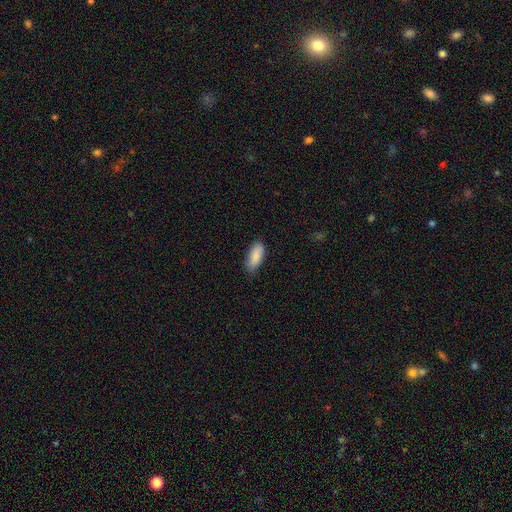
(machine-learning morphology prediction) smooth 88%, star or artifact 6%, featured or disk 6%. Down the decision tree: how rounded — in between (83%); merging — none (82%).